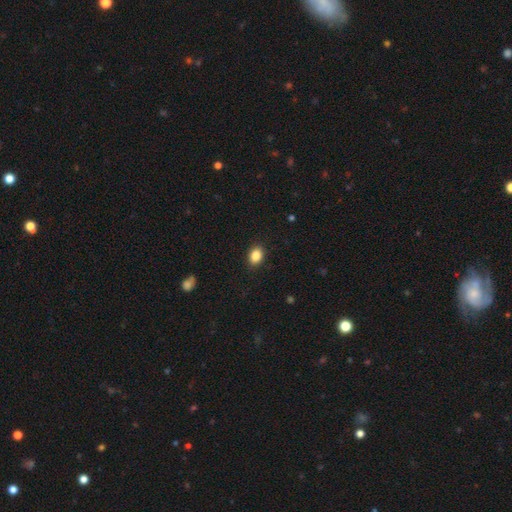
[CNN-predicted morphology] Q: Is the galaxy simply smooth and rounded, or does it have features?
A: smooth — 87%.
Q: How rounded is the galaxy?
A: in between — 73%.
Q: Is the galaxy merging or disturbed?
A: none — 89%.